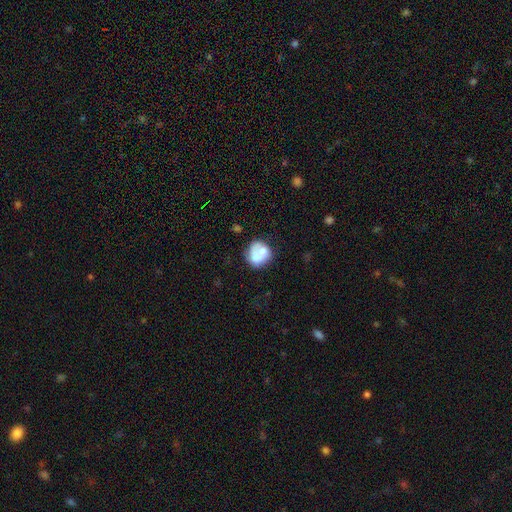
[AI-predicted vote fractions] smooth_or_featured: smooth (p=0.64) [alt: featured or disk p=0.28]
how_rounded: round (p=0.72) [alt: in between p=0.27]
merging: none (p=0.42) [alt: merger p=0.25]